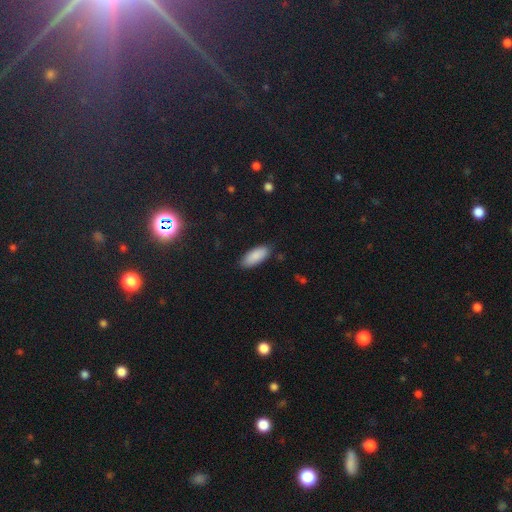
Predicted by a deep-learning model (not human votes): smooth 89%, star or artifact 6%, featured or disk 5%. Down the decision tree: how rounded — in between (83%); merging — none (85%).